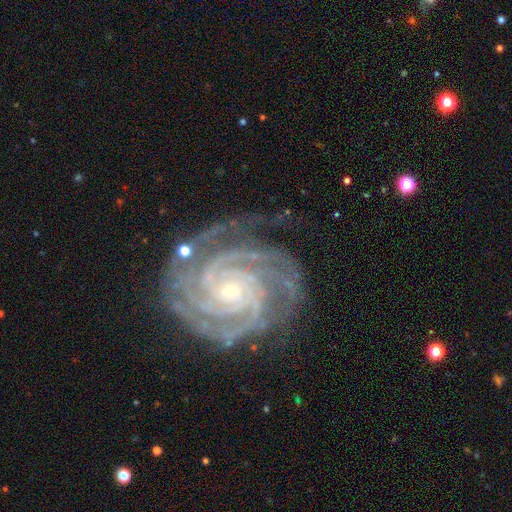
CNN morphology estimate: Smooth or featured? Predicted: featured or disk (p=0.92). Edge-on disk? Predicted: no (p=0.98). Bar? Predicted: no (p=0.70). Spiral arms? Predicted: yes (p=0.99). Spiral winding? Predicted: tight (p=0.82). Spiral arm count? Predicted: 4 (p=0.35). Bulge size? Predicted: small (p=0.80). Merging? Predicted: none (p=0.76).